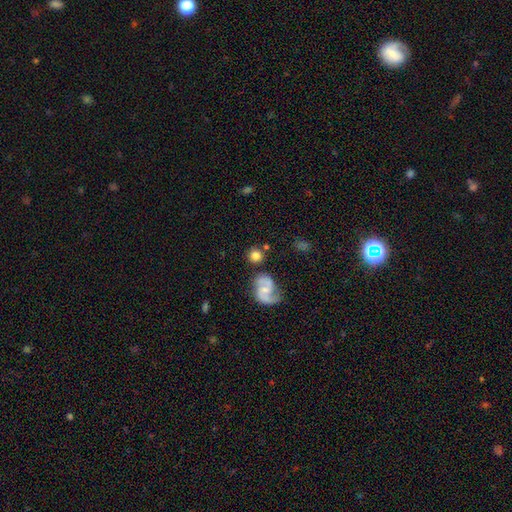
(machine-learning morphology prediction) type=smooth (67%); roundness=round (89%); merging=none (75%).